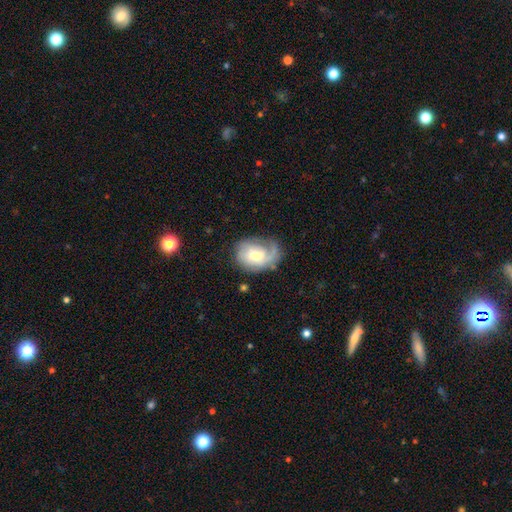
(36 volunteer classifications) smooth-or-featured: featured or disk: 89% | smooth: 11% | star or artifact: 0%
  disk-edge-on: no: 100% | yes: 0%
    bar: no: 62% | weak: 38% | strong: 0%
    has-spiral-arms: yes: 88% | no: 12%
      spiral-winding: tight: 46% | medium: 43% | loose: 11%
      spiral-arm-count: 1: 39% | can't tell: 25% | 2: 21% | 3: 14% | 4: 0% | more than 4: 0%
    bulge-size: moderate: 59% | small: 38% | large: 3% | dominant: 0% | none: 0%
  merging: none: 61% | minor disturbance: 31% | major disturbance: 6% | merger: 3%